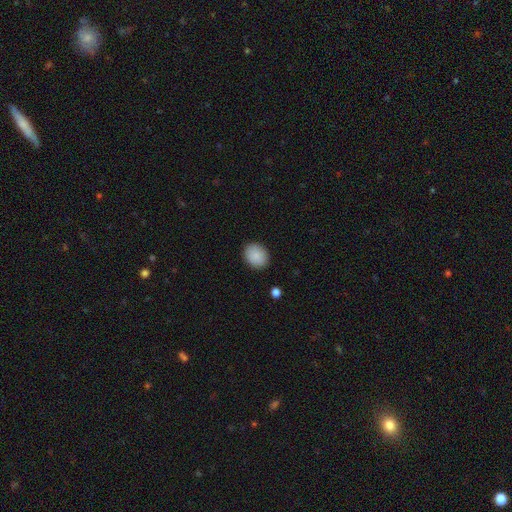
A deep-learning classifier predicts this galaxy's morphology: Smooth or featured? Predicted: smooth (p=0.88). How rounded? Predicted: round (p=0.52). Merging? Predicted: none (p=0.89).